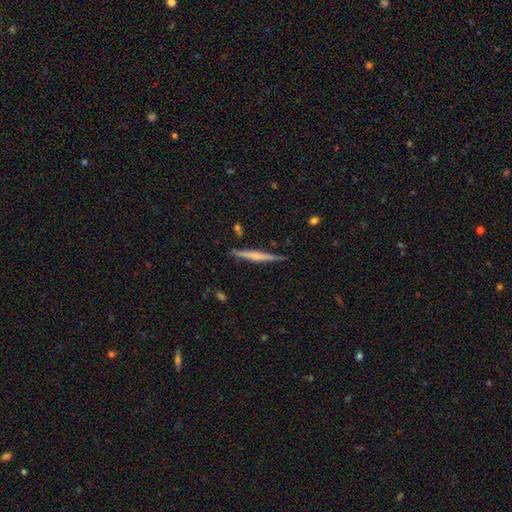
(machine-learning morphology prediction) Smooth or featured: featured or disk — 59% (smooth — 35%)
Edge-on disk: yes — 98% (no — 2%)
Edge-on bulge: rounded — 44% (none — 42%)
Merging: none — 87% (minor disturbance — 10%)